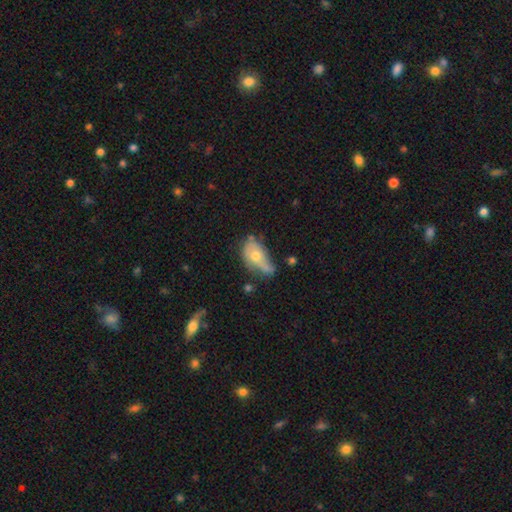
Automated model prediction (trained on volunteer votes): smooth-or-featured: smooth: 52% | featured or disk: 40% | star or artifact: 8%
  how-rounded: in between: 85% | round: 10% | cigar-shaped: 5%
  merging: minor disturbance: 34% | none: 27% | major disturbance: 25% | merger: 14%